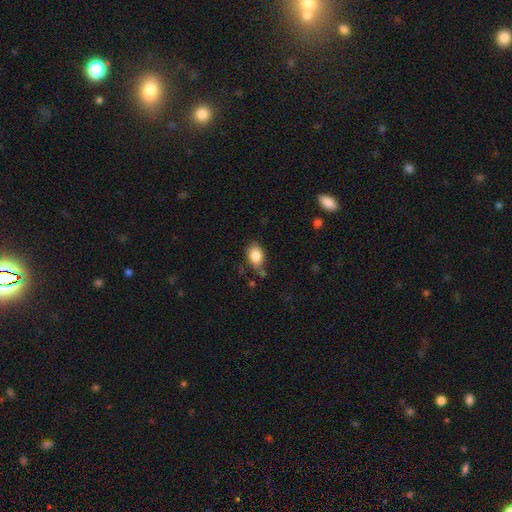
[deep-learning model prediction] A smooth galaxy with no disk features (85%) that is in between round and cigar-shaped (83%). Merging: none (66%).